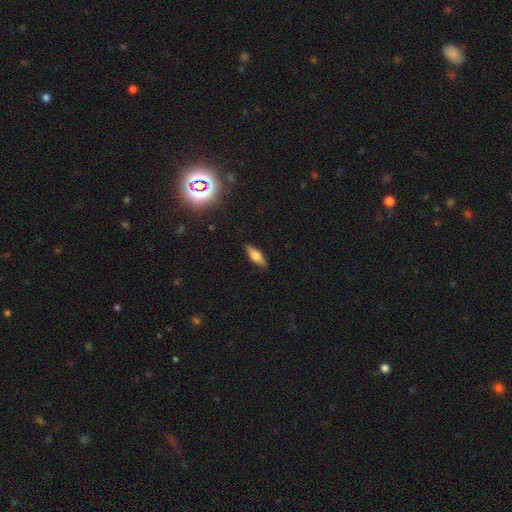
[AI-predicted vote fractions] This appears to be a smooth galaxy with no disk features (49%). Merging: none (88%).